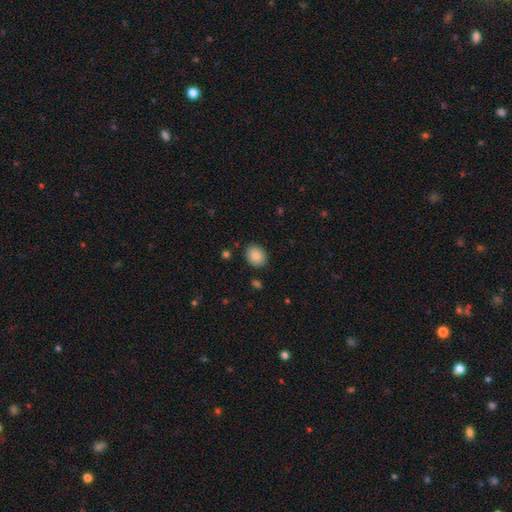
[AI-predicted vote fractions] A smooth galaxy with no disk features (87%) that is round (63%). Merging: none (87%).